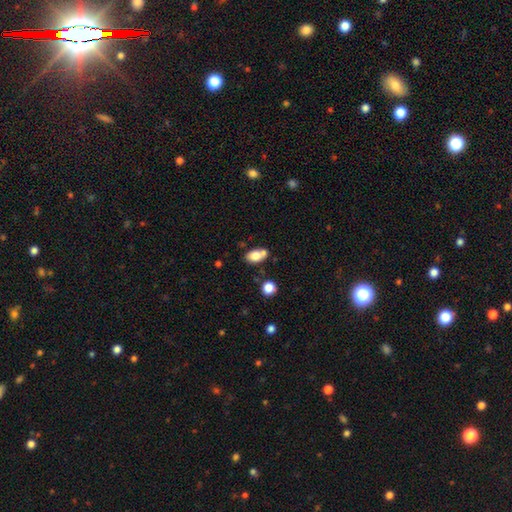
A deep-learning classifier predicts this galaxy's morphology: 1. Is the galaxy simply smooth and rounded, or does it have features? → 78% smooth, 13% featured or disk, 9% star or artifact.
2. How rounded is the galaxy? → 86% in between, 12% round, 2% cigar-shaped.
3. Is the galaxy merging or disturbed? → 54% none, 25% merger, 17% minor disturbance, 5% major disturbance.